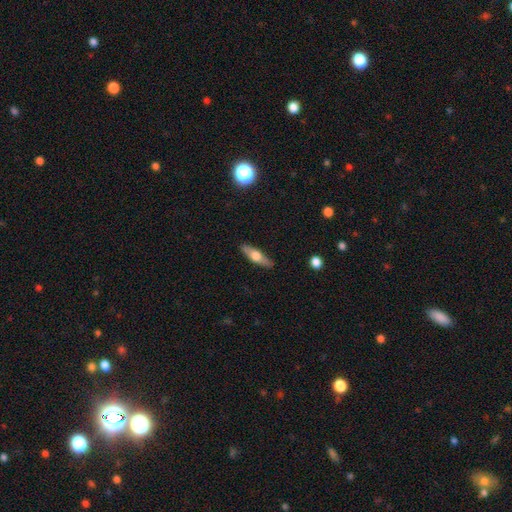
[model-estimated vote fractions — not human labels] Smooth or featured? smooth (48%)
Merging? none (87%)